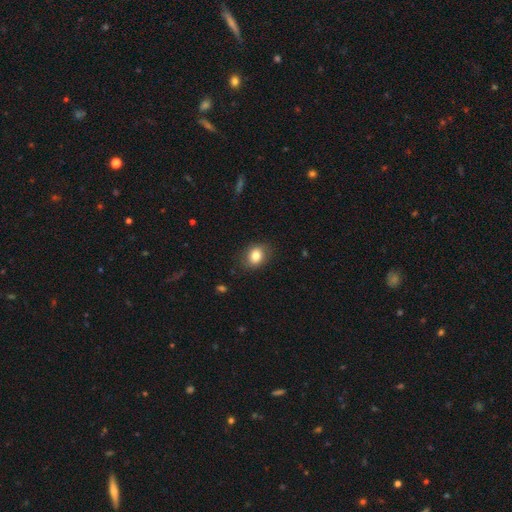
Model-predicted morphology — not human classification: Q: Smooth or featured?
A: smooth (82%); runner-up: featured or disk (9%)
Q: How rounded?
A: in between (59%); runner-up: round (40%)
Q: Merging?
A: none (82%); runner-up: minor disturbance (14%)